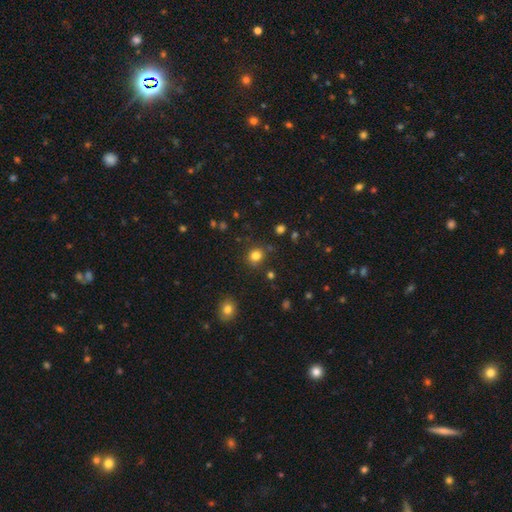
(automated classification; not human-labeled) smooth 81%, star or artifact 13%, featured or disk 5%. Down the decision tree: how rounded — round (84%); merging — none (84%).